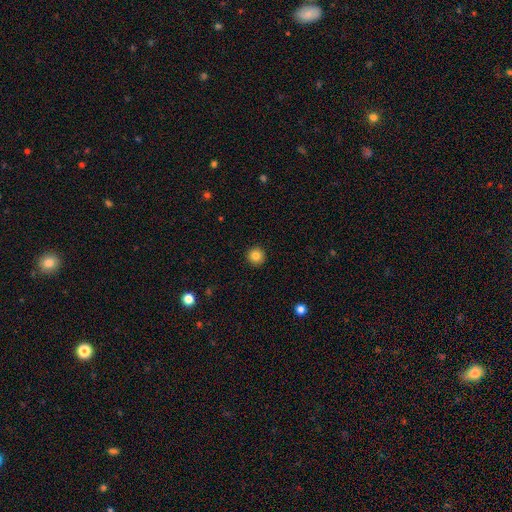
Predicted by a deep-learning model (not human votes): Smooth or featured: smooth — 84% (star or artifact — 10%)
How rounded: round — 96% (in between — 3%)
Merging: none — 93% (minor disturbance — 4%)